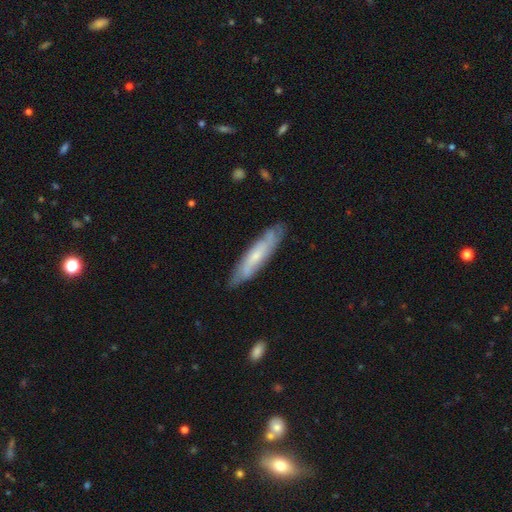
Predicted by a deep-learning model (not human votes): Smooth or featured?
  - featured or disk: 58% *
  - smooth: 36%
  - star or artifact: 6%
Edge-on disk?
  - no: 57% *
  - yes: 43%
Merging?
  - none: 79% *
  - minor disturbance: 17%
  - major disturbance: 3%
  - merger: 2%